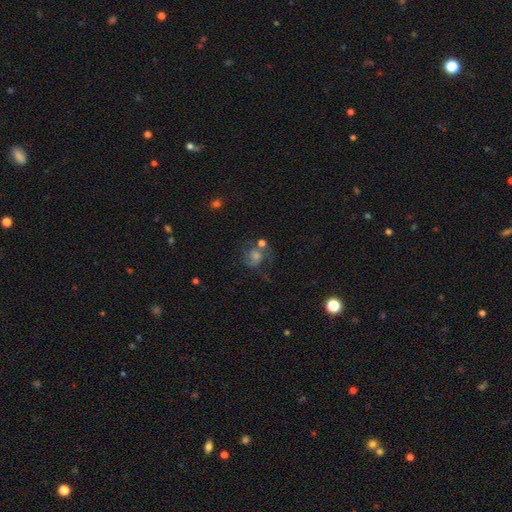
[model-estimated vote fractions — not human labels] A featured or disk galaxy (53%) with no bar (69%), spiral arms (80%) and a moderate central bulge (44%).

Vote fractions:
- Smooth or featured? featured or disk: 53% / smooth: 26% / star or artifact: 21%
- Edge-on disk? no: 97% / yes: 3%
- Bar? no: 69% / weak: 26% / strong: 5%
- Spiral arms? yes: 80% / no: 20%
- Bulge size? moderate: 44% / small: 33% / none: 11% / large: 9% / dominant: 2%
- Merging? none: 53% / major disturbance: 17% / minor disturbance: 17% / merger: 13%